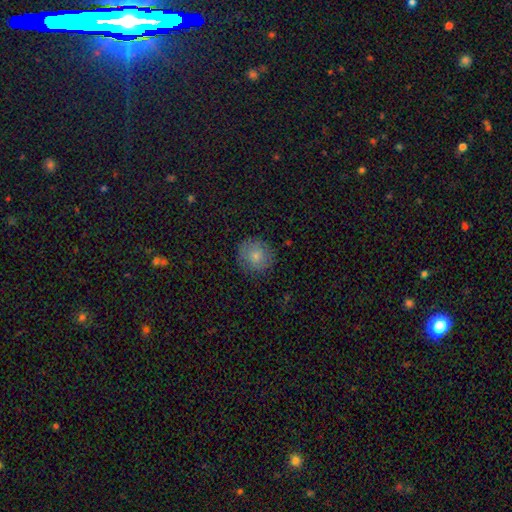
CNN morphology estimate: Q: Smooth or featured?
A: smooth (76%); runner-up: featured or disk (16%)
Q: How rounded?
A: round (91%); runner-up: in between (8%)
Q: Merging?
A: none (81%); runner-up: minor disturbance (14%)